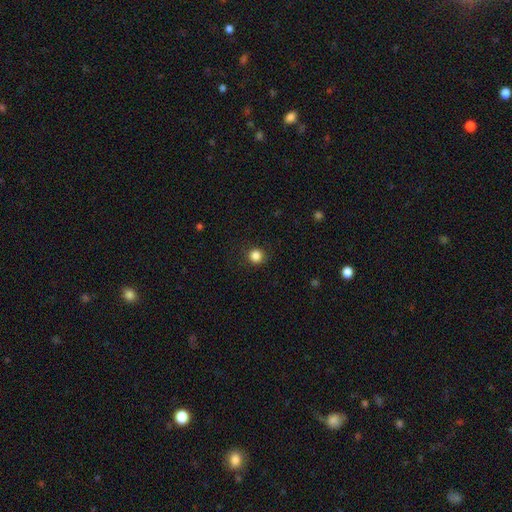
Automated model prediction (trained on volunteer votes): Smooth or featured?
  - smooth: 85% *
  - star or artifact: 11%
  - featured or disk: 3%
How rounded?
  - round: 93% *
  - in between: 6%
  - cigar-shaped: 1%
Merging?
  - none: 91% *
  - minor disturbance: 6%
  - major disturbance: 2%
  - merger: 1%